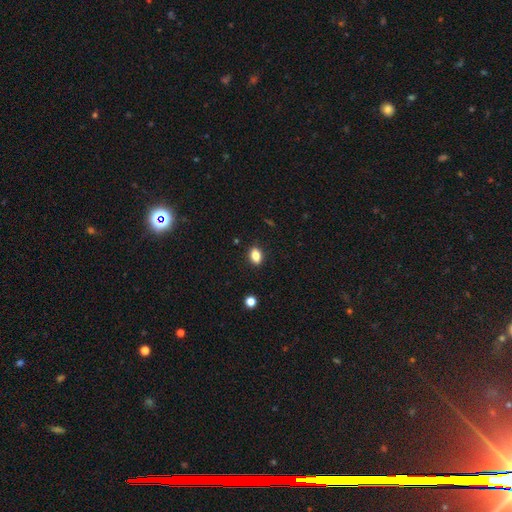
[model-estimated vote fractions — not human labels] This appears to be a smooth galaxy with no disk features (83%) that is in between round and cigar-shaped (81%). Merging: none (88%).